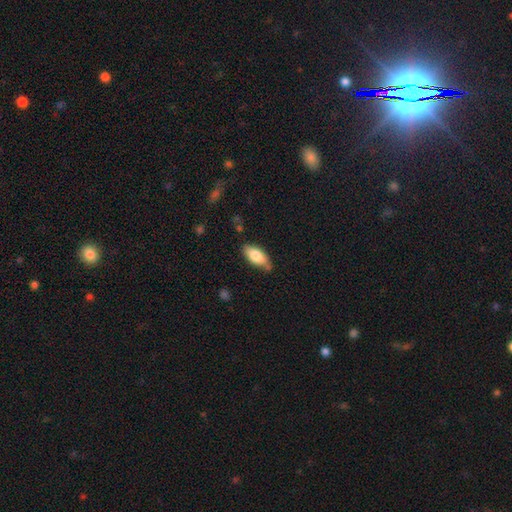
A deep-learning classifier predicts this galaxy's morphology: Smooth or featured: smooth — 78% (featured or disk — 15%)
How rounded: in between — 87% (cigar-shaped — 10%)
Merging: none — 69% (minor disturbance — 24%)